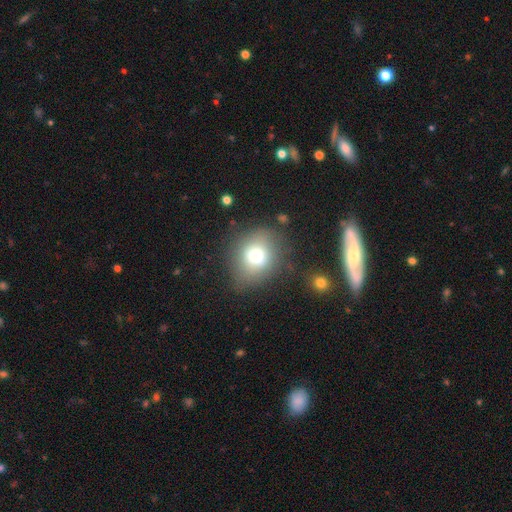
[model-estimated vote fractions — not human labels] Smooth or featured: smooth — 73% (featured or disk — 15%)
How rounded: round — 70% (in between — 29%)
Merging: none — 74% (minor disturbance — 16%)